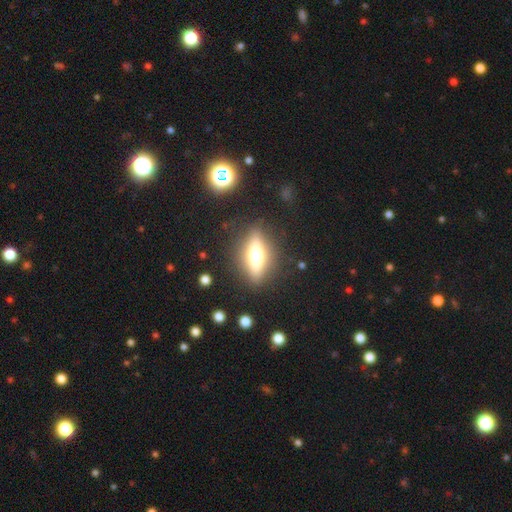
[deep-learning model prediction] smooth_or_featured: featured or disk (p=0.48) [alt: smooth p=0.42]
merging: none (p=0.84) [alt: minor disturbance p=0.10]